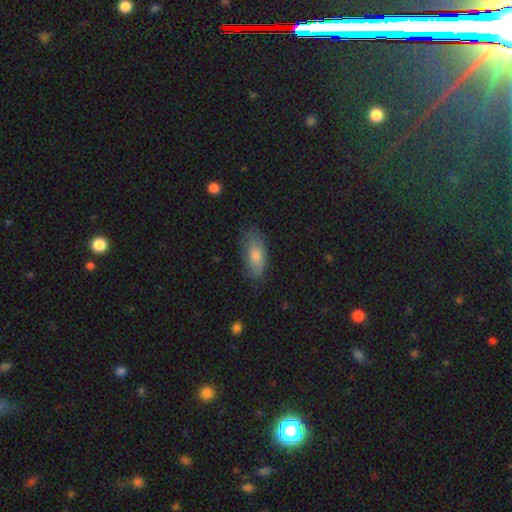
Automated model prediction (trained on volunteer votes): Smooth or featured?
  - smooth: 78% *
  - featured or disk: 15%
  - star or artifact: 7%
How rounded?
  - in between: 83% *
  - cigar-shaped: 14%
  - round: 3%
Merging?
  - none: 73% *
  - minor disturbance: 21%
  - major disturbance: 5%
  - merger: 1%